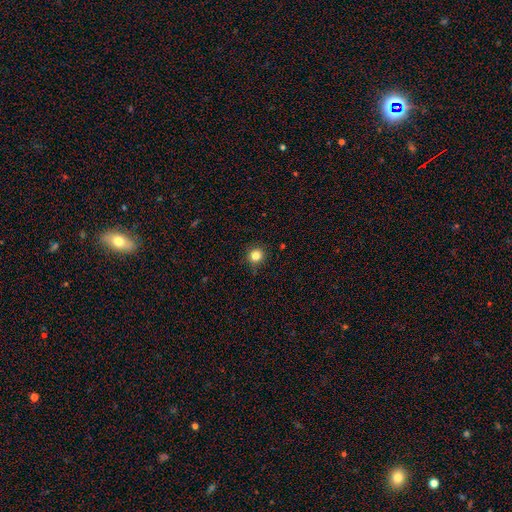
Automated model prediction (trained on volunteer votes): Smooth or featured: smooth — 83% (star or artifact — 12%)
How rounded: round — 94% (in between — 5%)
Merging: none — 89% (minor disturbance — 8%)